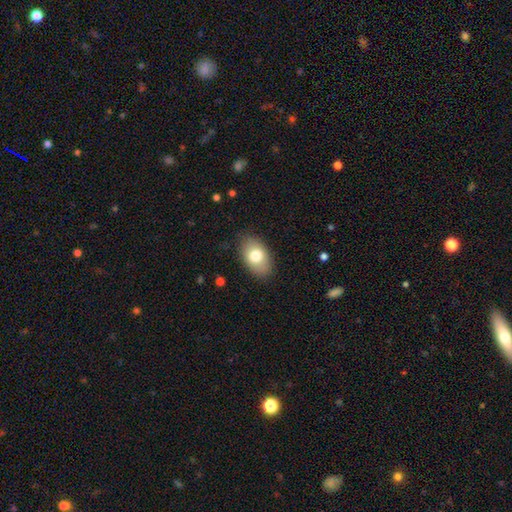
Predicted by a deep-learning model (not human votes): This is likely a smooth galaxy (77%). How rounded: clearly in between (89%). Merging: clearly none (84%).